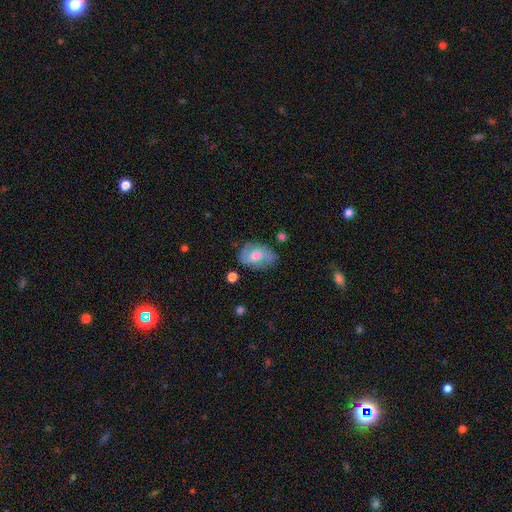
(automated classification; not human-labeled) smooth-or-featured: smooth: 52% | featured or disk: 40% | star or artifact: 8%
  how-rounded: in between: 83% | round: 15% | cigar-shaped: 2%
  merging: none: 52% | minor disturbance: 30% | major disturbance: 13% | merger: 5%